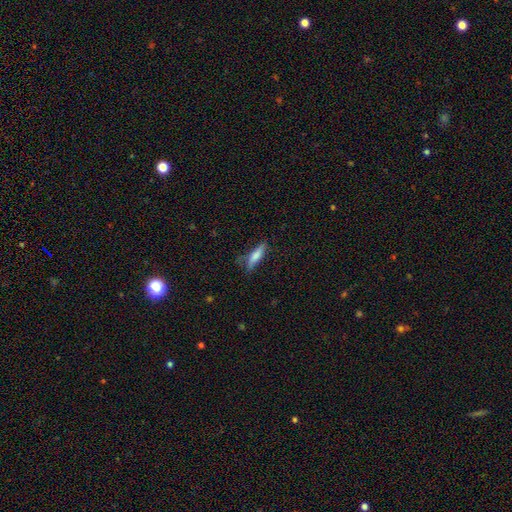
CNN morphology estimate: smooth-or-featured: smooth: 71% | featured or disk: 23% | star or artifact: 7%
  how-rounded: cigar-shaped: 75% | in between: 24% | round: 2%
  merging: none: 67% | minor disturbance: 24% | major disturbance: 7% | merger: 2%